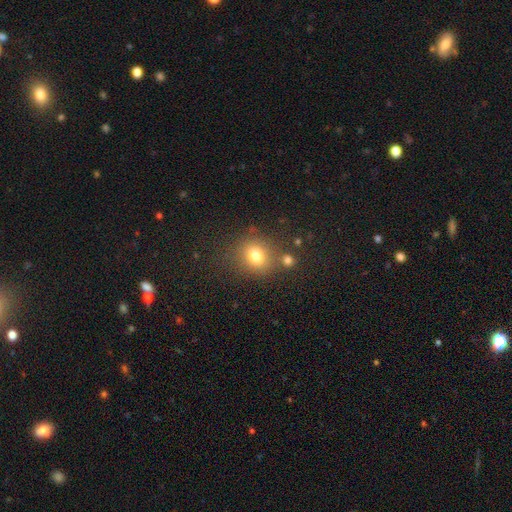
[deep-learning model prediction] Smooth or featured?
  - smooth: 77% *
  - star or artifact: 14%
  - featured or disk: 9%
How rounded?
  - round: 75% *
  - in between: 24%
  - cigar-shaped: 1%
Merging?
  - none: 73% *
  - minor disturbance: 12%
  - merger: 11%
  - major disturbance: 5%